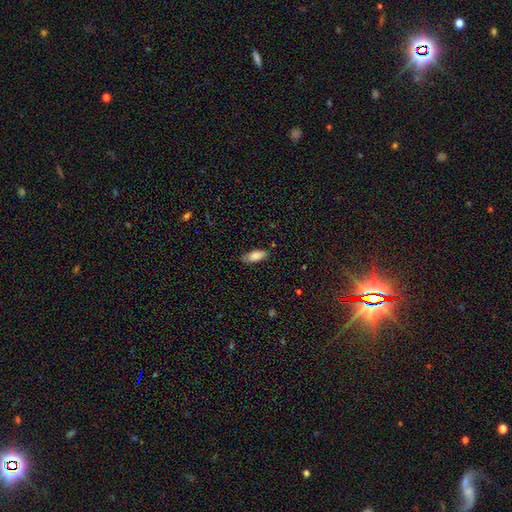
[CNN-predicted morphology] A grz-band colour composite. It shows a smooth galaxy with no disk features (85%) that is in between round and cigar-shaped (81%). Merging: none (79%).